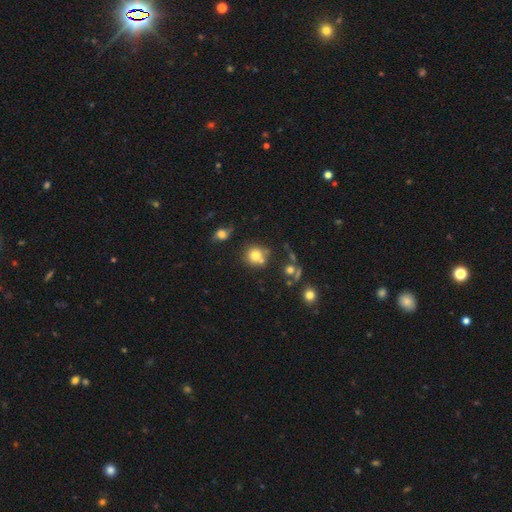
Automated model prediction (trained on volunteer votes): smooth-or-featured: smooth: 75% | star or artifact: 13% | featured or disk: 12%
  how-rounded: round: 88% | in between: 11% | cigar-shaped: 1%
  merging: none: 62% | merger: 21% | minor disturbance: 12% | major disturbance: 4%